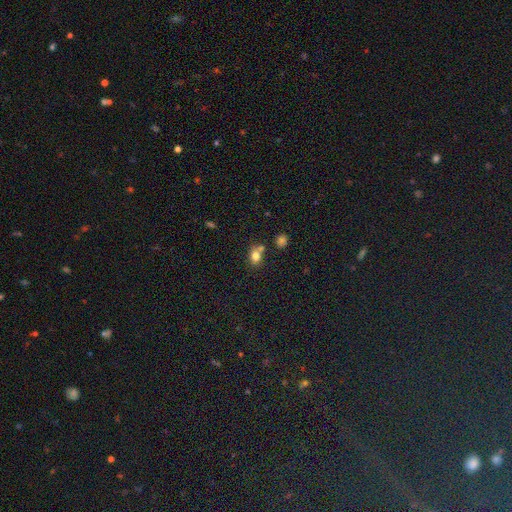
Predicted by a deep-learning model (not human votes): Overall: smooth (79%). How rounded: in between (50%; round 48%). Merging: none (56%; merger 27%).